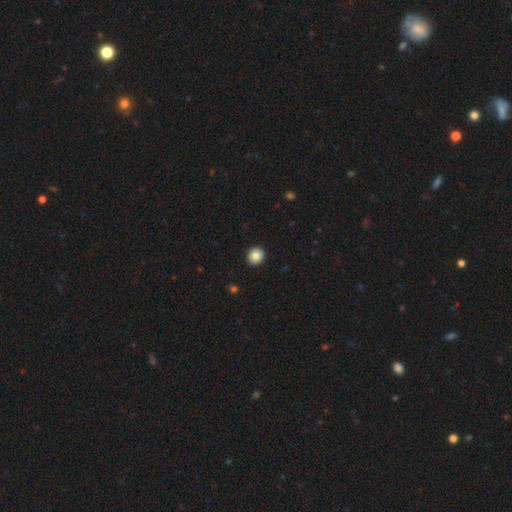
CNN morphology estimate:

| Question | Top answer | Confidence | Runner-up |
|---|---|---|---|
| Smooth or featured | smooth | 85% | star or artifact (9%) |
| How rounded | round | 86% | in between (13%) |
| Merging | none | 93% | minor disturbance (5%) |